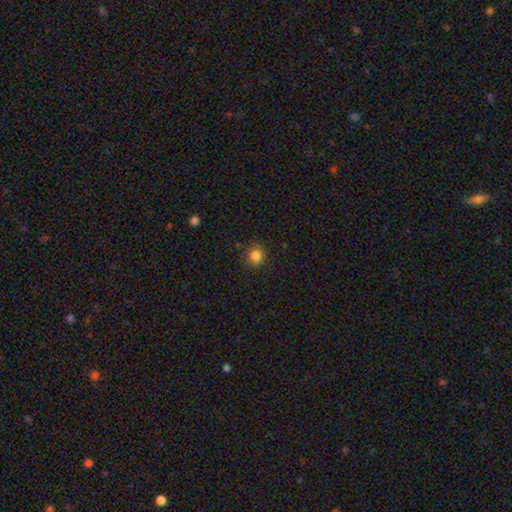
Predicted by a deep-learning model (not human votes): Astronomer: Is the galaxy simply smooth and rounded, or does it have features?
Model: smooth — 84%.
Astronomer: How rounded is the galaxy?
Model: round — 83%.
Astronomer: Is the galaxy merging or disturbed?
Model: none — 84%.